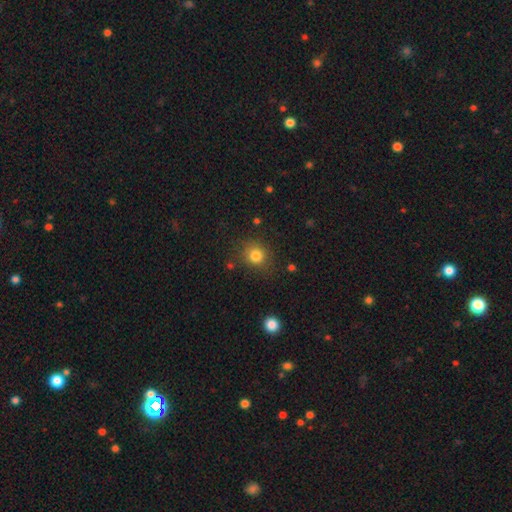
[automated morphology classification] Overall: smooth (81%). How rounded: round (84%). Merging: none (82%).